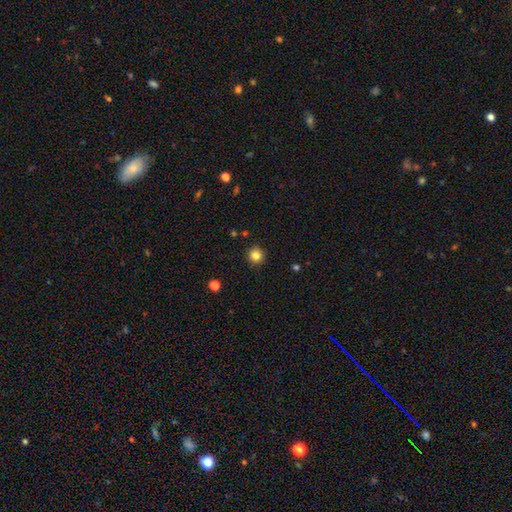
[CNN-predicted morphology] Overall: smooth (83%). How rounded: round (95%). Merging: none (92%).